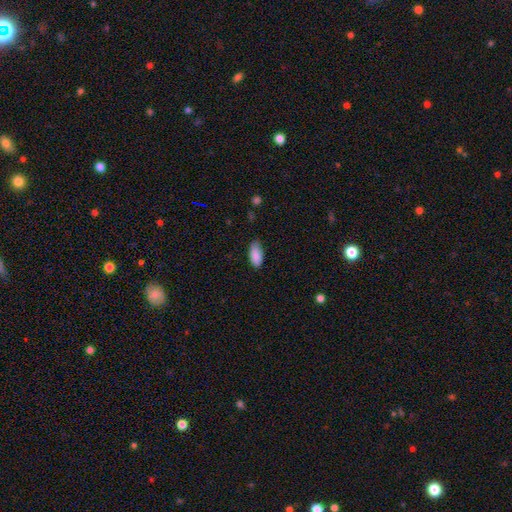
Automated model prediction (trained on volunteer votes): A smooth galaxy with no disk features (89%) that is in between round and cigar-shaped (90%).

Vote fractions:
- Smooth or featured? smooth: 89% / star or artifact: 7% / featured or disk: 4%
- How rounded? in between: 90% / cigar-shaped: 8% / round: 2%
- Merging? none: 75% / minor disturbance: 21% / major disturbance: 3% / merger: 1%